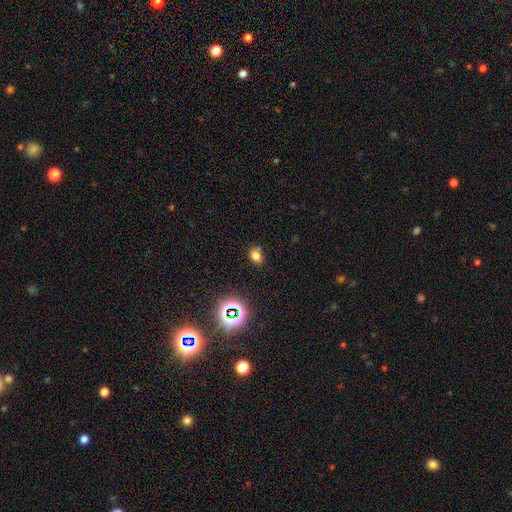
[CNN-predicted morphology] This is likely a smooth galaxy (71%). How rounded: likely in between (73%). Merging: likely none (70%).